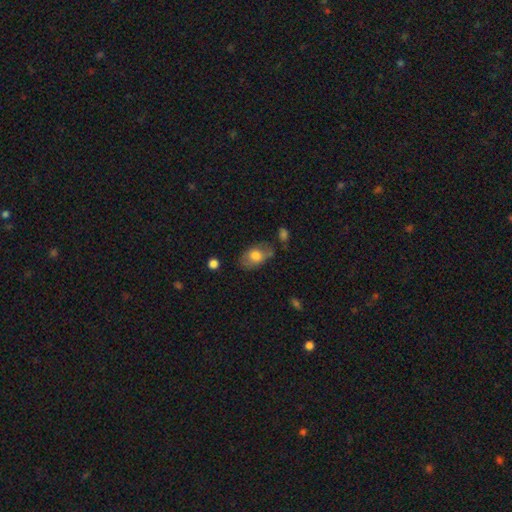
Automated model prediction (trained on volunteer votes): This appears to be a smooth galaxy with no disk features (69%) that is in between round and cigar-shaped (86%). Merging: none (62%).